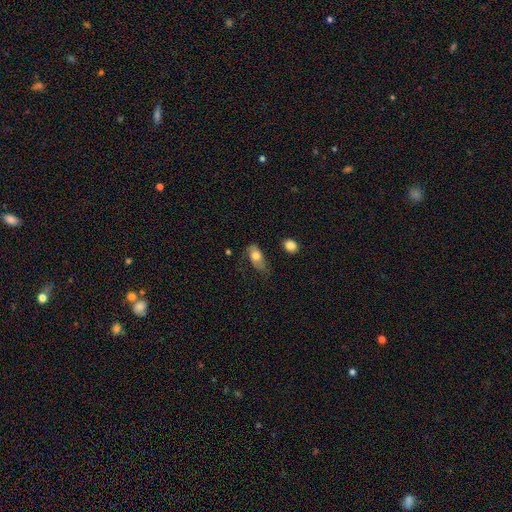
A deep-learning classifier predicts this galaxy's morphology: A smooth galaxy with no disk features (70%) that is in between round and cigar-shaped (89%).

Vote fractions:
- Smooth or featured? smooth: 70% / featured or disk: 23% / star or artifact: 7%
- How rounded? in between: 89% / round: 7% / cigar-shaped: 4%
- Merging? none: 52% / minor disturbance: 31% / major disturbance: 15% / merger: 3%